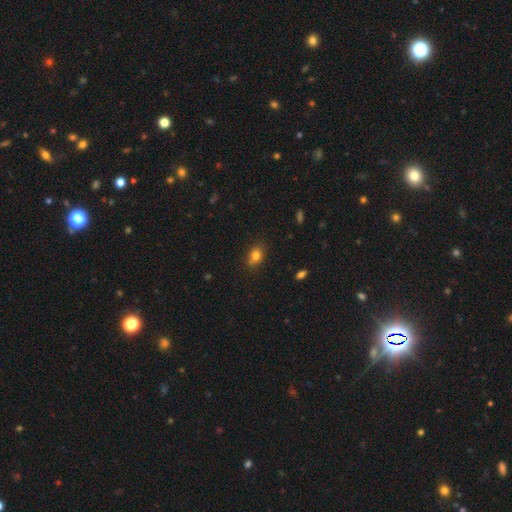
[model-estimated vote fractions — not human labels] Q: Smooth or featured?
A: smooth (81%); runner-up: star or artifact (11%)
Q: How rounded?
A: in between (65%); runner-up: round (34%)
Q: Merging?
A: none (79%); runner-up: minor disturbance (16%)